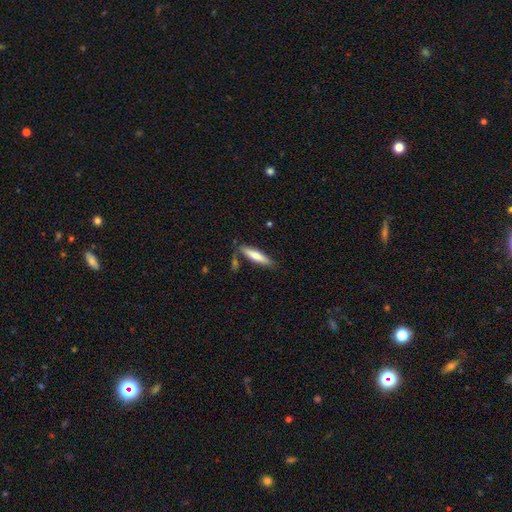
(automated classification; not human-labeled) A smooth galaxy with no disk features (65%) that is cigar-shaped (79%).

Vote fractions:
- Smooth or featured? smooth: 65% / featured or disk: 29% / star or artifact: 6%
- How rounded? cigar-shaped: 79% / in between: 19% / round: 1%
- Merging? none: 77% / minor disturbance: 13% / merger: 6% / major disturbance: 3%